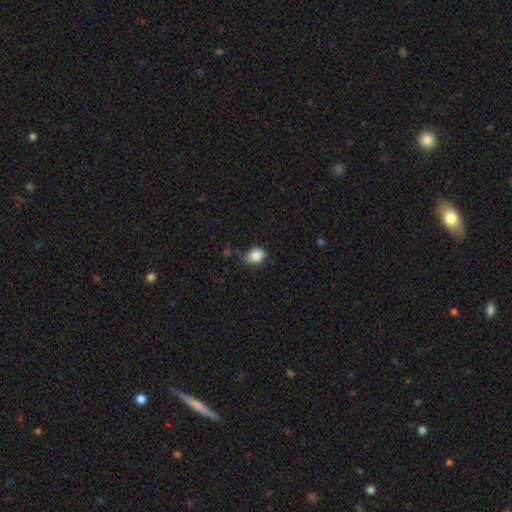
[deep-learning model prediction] Smooth or featured: smooth — 85% (star or artifact — 9%)
How rounded: in between — 75% (round — 24%)
Merging: none — 60% (minor disturbance — 31%)